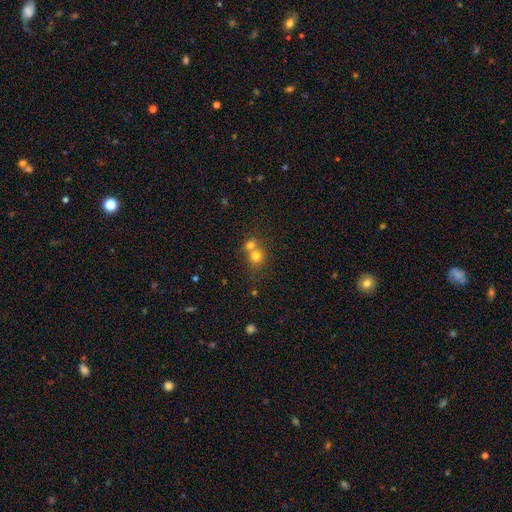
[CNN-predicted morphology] Overall: smooth (74%). How rounded: round (83%). Merging: merger (53%; none 39%).